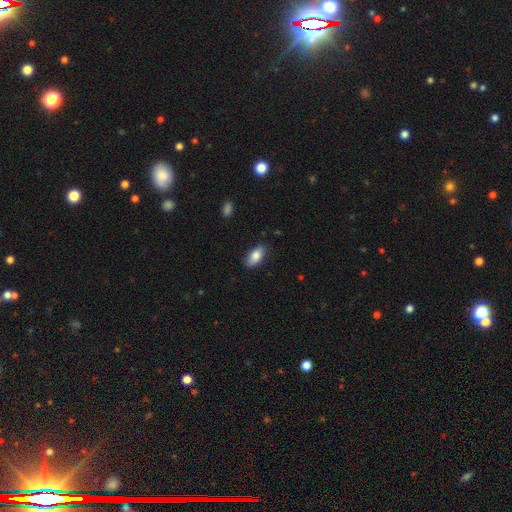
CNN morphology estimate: Smooth or featured? Predicted: smooth (p=0.84). How rounded? Predicted: in between (p=0.91). Merging? Predicted: none (p=0.83).